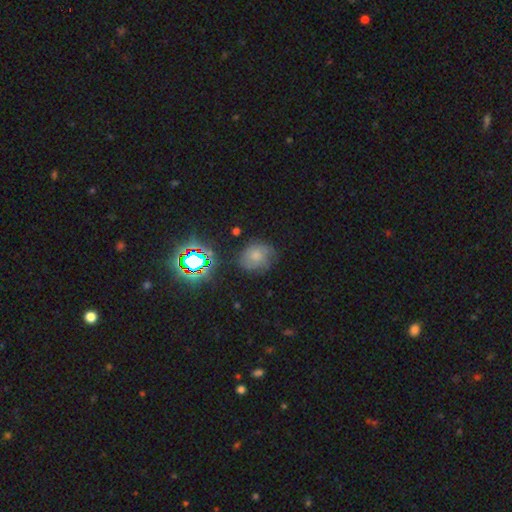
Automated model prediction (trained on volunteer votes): smooth-or-featured: smooth: 58% | featured or disk: 21% | star or artifact: 21%
  how-rounded: round: 66% | in between: 33% | cigar-shaped: 1%
  merging: none: 64% | minor disturbance: 24% | major disturbance: 9% | merger: 3%